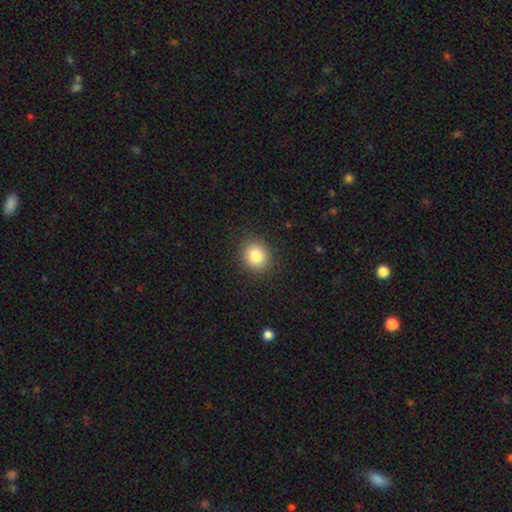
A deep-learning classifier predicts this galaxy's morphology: Q: Smooth or featured?
A: smooth (85%); runner-up: star or artifact (9%)
Q: How rounded?
A: round (76%); runner-up: in between (23%)
Q: Merging?
A: none (89%); runner-up: minor disturbance (7%)